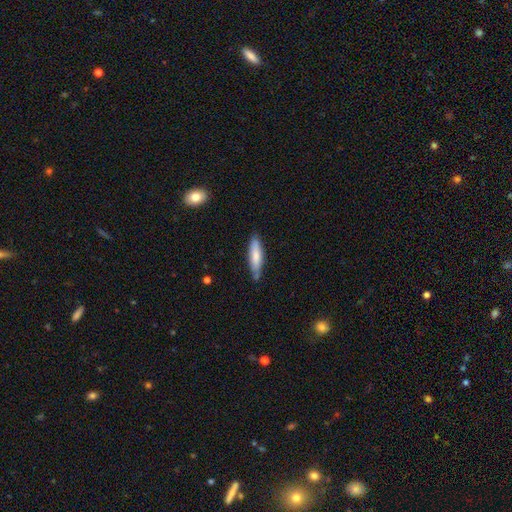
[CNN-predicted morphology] A smooth galaxy with no disk features (73%) that is cigar-shaped (72%). Merging: none (72%).